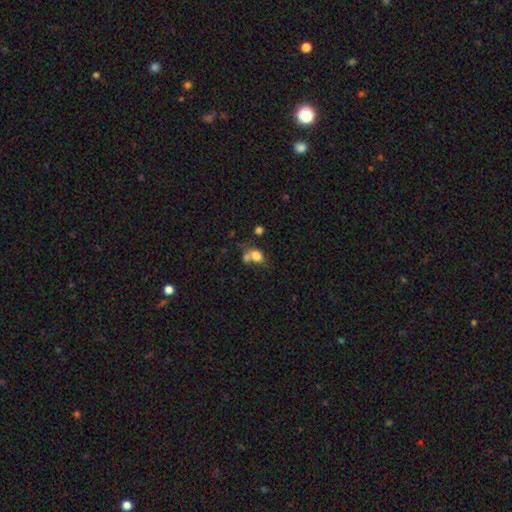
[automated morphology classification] This is likely a smooth galaxy (77%). How rounded: possibly in between (59%). Merging: marginally merger (44%).